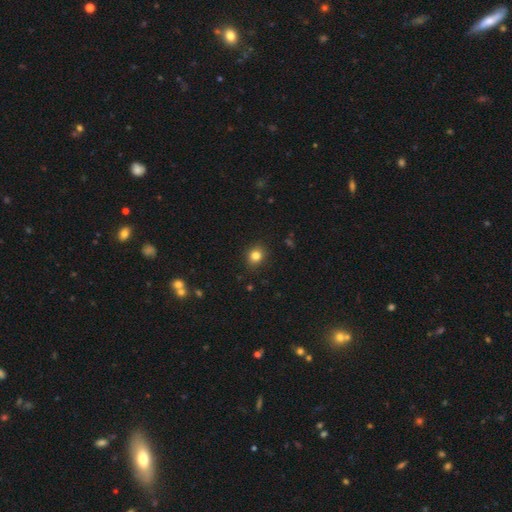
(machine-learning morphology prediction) Q: Smooth or featured?
A: smooth (82%); runner-up: star or artifact (12%)
Q: How rounded?
A: round (71%); runner-up: in between (28%)
Q: Merging?
A: none (88%); runner-up: minor disturbance (9%)